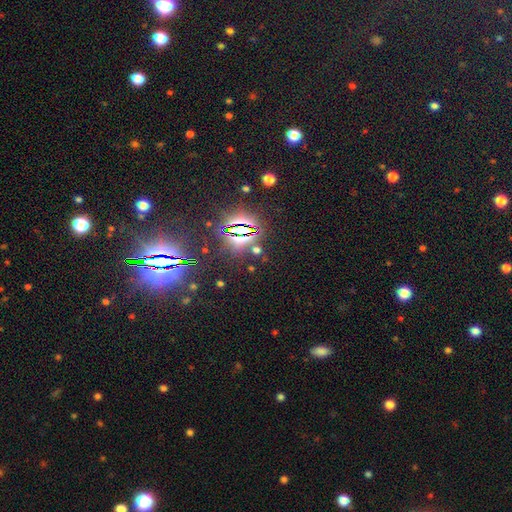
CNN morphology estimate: Smooth or featured?
  - star or artifact: 83% *
  - smooth: 10%
  - featured or disk: 7%